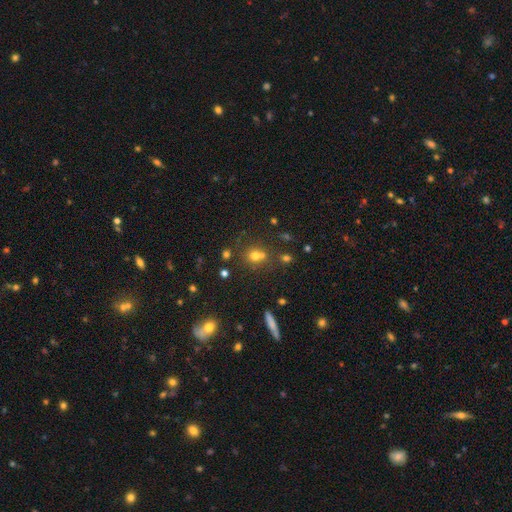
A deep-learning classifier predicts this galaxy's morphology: Overall: smooth (64%). How rounded: round (81%). Merging: none (55%; merger 31%).